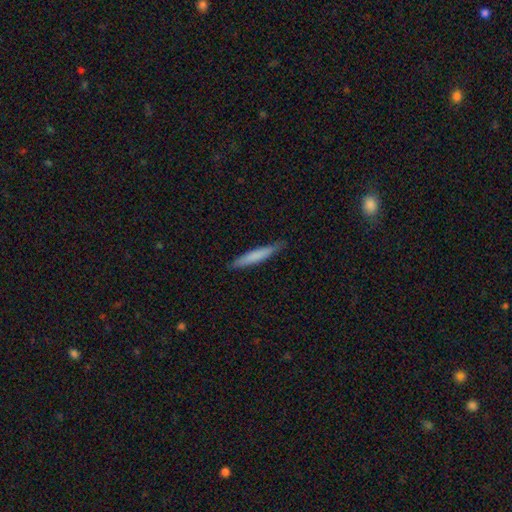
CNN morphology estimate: smooth 73%, featured or disk 21%, star or artifact 5%. Down the decision tree: how rounded — cigar-shaped (94%); merging — none (87%).